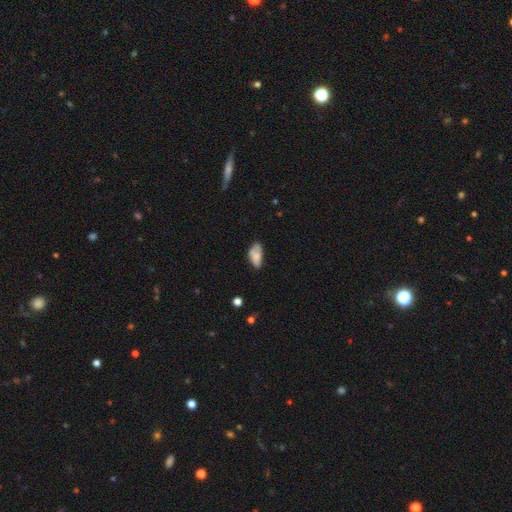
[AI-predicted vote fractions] smooth-or-featured: smooth: 67% | featured or disk: 24% | star or artifact: 8%
  how-rounded: in between: 91% | cigar-shaped: 5% | round: 4%
  merging: none: 47% | minor disturbance: 34% | major disturbance: 13% | merger: 6%